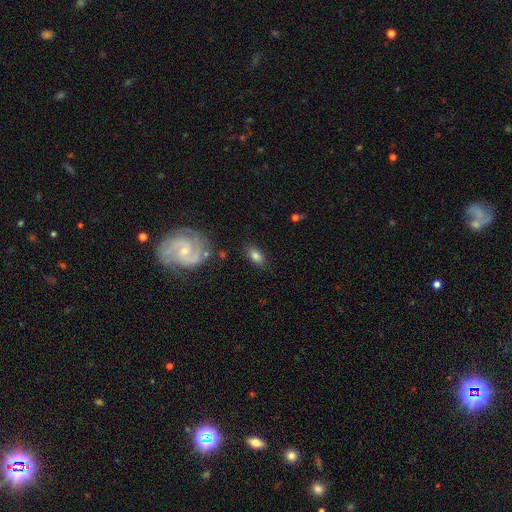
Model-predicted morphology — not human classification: type=smooth (77%); roundness=in between (88%); merging=none (81%).